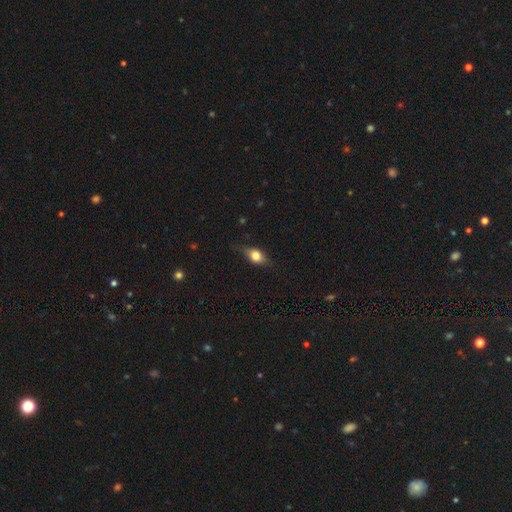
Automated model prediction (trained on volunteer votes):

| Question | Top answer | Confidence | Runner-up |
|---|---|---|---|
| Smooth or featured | smooth | 60% | featured or disk (31%) |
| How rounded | in between | 65% | round (25%) |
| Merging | none | 72% | minor disturbance (20%) |